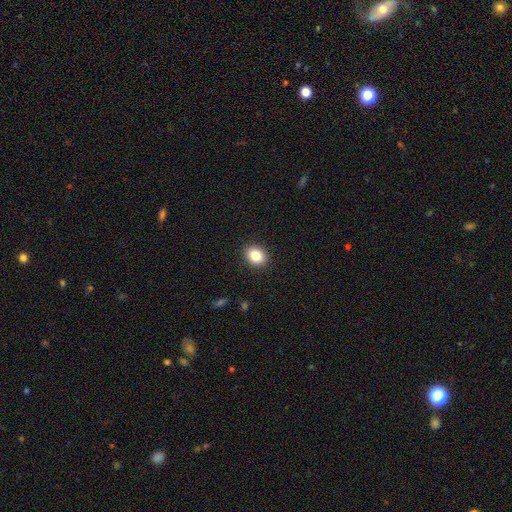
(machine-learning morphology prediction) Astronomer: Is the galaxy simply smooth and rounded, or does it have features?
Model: smooth — 84%.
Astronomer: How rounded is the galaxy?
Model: in between — 51% (runner-up: round, 48%).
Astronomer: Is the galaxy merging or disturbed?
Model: none — 91%.